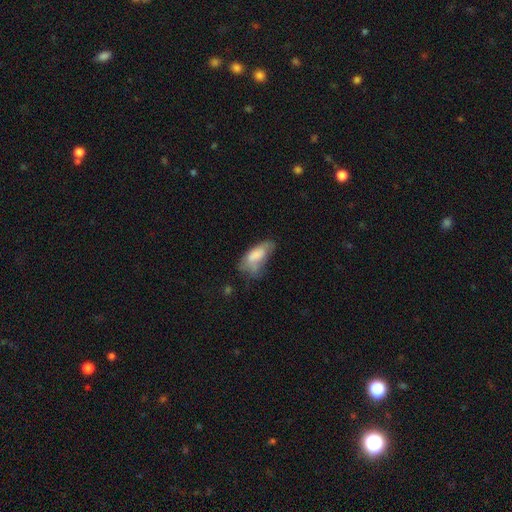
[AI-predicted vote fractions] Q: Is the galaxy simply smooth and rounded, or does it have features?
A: smooth — 69%.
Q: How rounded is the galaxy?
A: in between — 85%.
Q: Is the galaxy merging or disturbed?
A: minor disturbance — 32%.